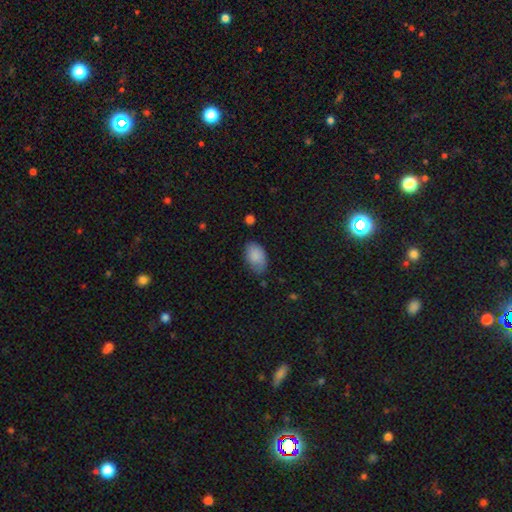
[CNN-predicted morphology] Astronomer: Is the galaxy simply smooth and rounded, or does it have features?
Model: smooth — 84%.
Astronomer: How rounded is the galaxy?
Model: in between — 92%.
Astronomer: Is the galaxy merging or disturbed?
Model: none — 64%.